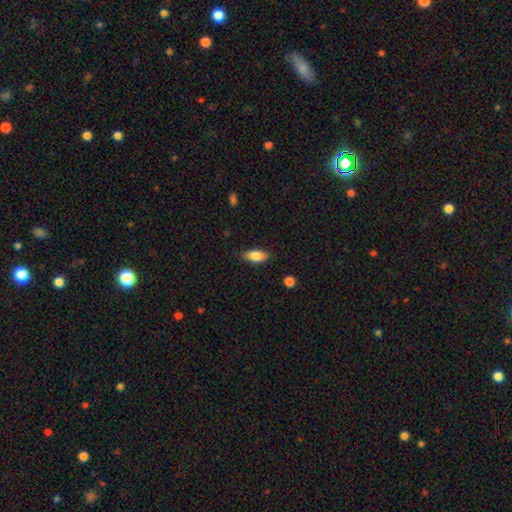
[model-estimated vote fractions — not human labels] smooth_or_featured: smooth (p=0.81) [alt: featured or disk p=0.12]
how_rounded: in between (p=0.86) [alt: cigar-shaped p=0.10]
merging: none (p=0.82) [alt: minor disturbance p=0.14]